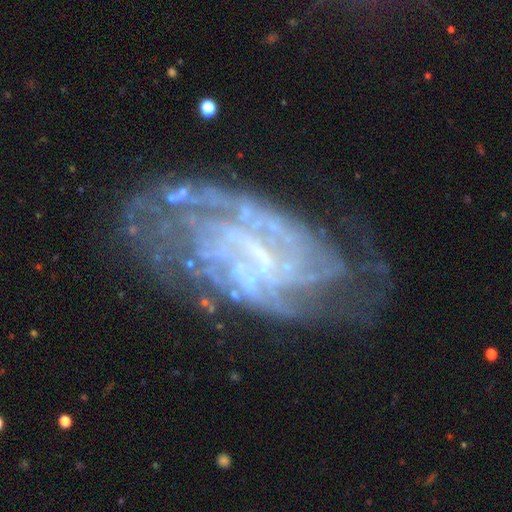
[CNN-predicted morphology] featured or disk 83%, smooth 9%, star or artifact 8%. Down the decision tree: edge-on disk — no (96%); bar — weak (42%); spiral arms — yes (86%); spiral arm count — can't tell (47%); spiral winding — tight (54%); bulge size — none (48%); merging — none (56%).